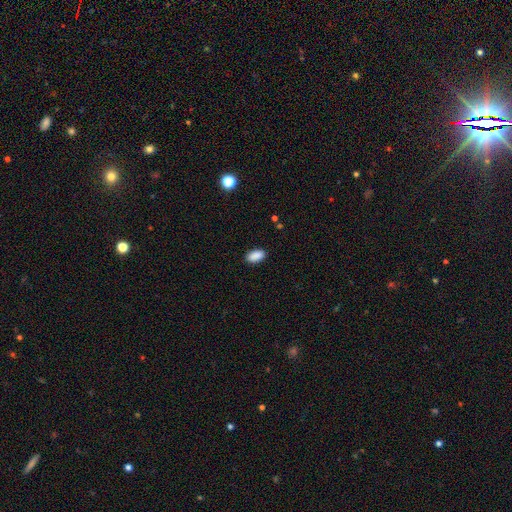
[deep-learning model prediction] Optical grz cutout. It shows a smooth galaxy with no disk features (90%) that is in between round and cigar-shaped (93%). Merging: none (89%).